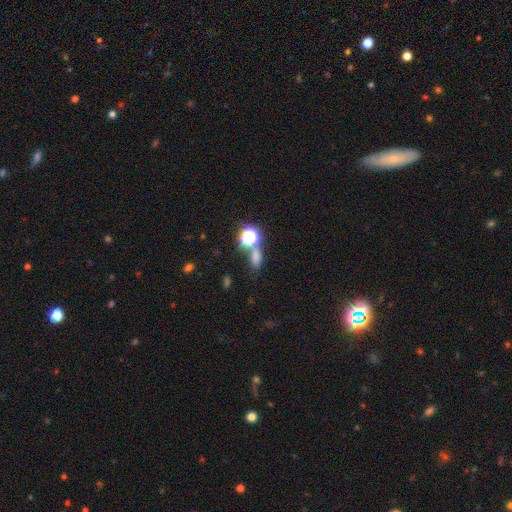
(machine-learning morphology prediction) Smooth or featured? smooth (61%)
How rounded? in between (61%)
Merging? none (62%)